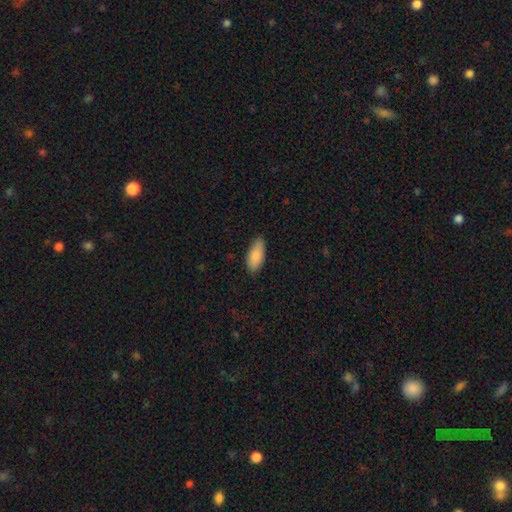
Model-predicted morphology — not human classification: Smooth or featured? Predicted: smooth (p=0.87). How rounded? Predicted: in between (p=0.85). Merging? Predicted: none (p=0.83).